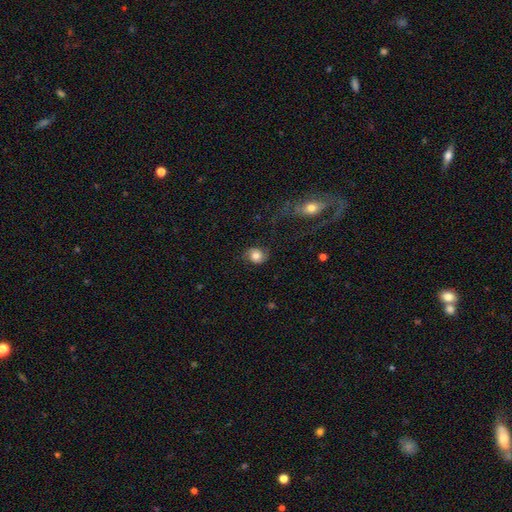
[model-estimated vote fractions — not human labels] smooth 48%, featured or disk 42%, star or artifact 9%. Down the decision tree: merging — none (75%).